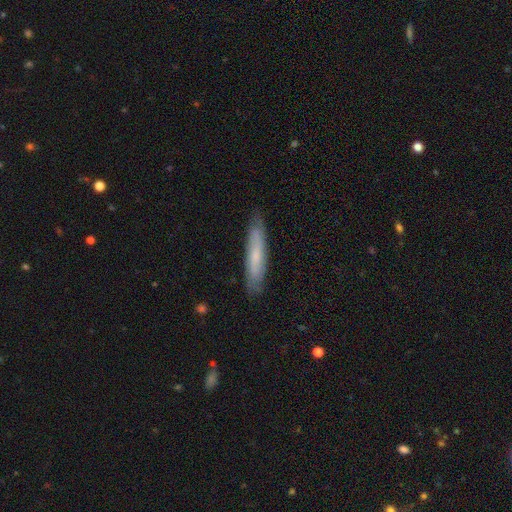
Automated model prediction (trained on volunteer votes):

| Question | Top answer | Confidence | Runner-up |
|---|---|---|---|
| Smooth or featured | smooth | 61% | featured or disk (33%) |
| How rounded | cigar-shaped | 88% | in between (11%) |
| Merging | none | 86% | minor disturbance (11%) |